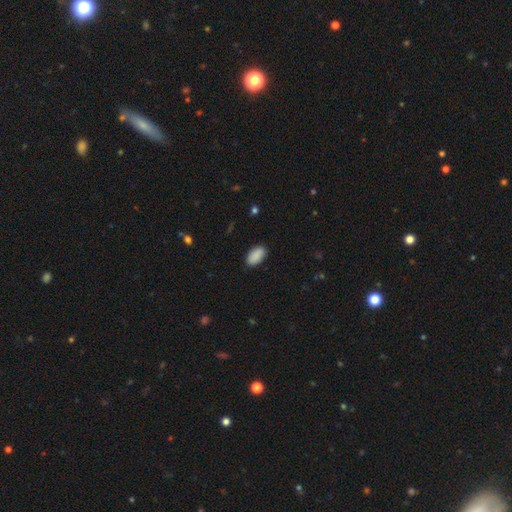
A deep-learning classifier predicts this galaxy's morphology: Smooth or featured: smooth — 91% (star or artifact — 6%)
How rounded: in between — 95% (round — 3%)
Merging: none — 88% (minor disturbance — 9%)